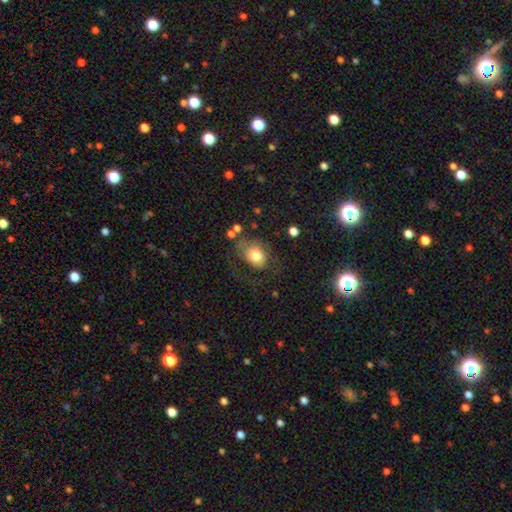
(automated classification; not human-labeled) Smooth or featured?
  - smooth: 72% *
  - featured or disk: 19%
  - star or artifact: 9%
How rounded?
  - in between: 59% *
  - round: 39%
  - cigar-shaped: 1%
Merging?
  - none: 39% *
  - major disturbance: 32%
  - minor disturbance: 23%
  - merger: 5%